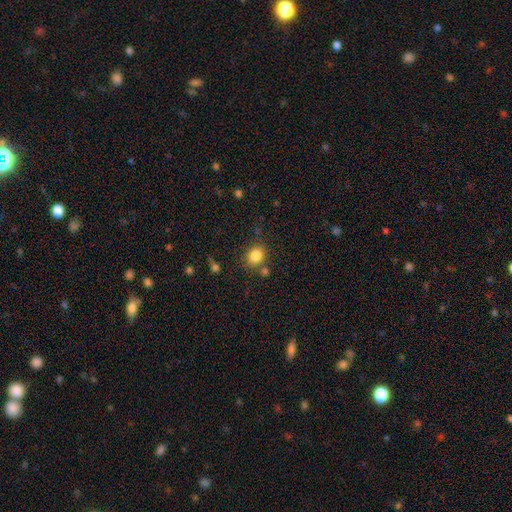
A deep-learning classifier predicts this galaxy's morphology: This appears to be a smooth galaxy with no disk features (84%) that is round (70%). Merging: none (76%).